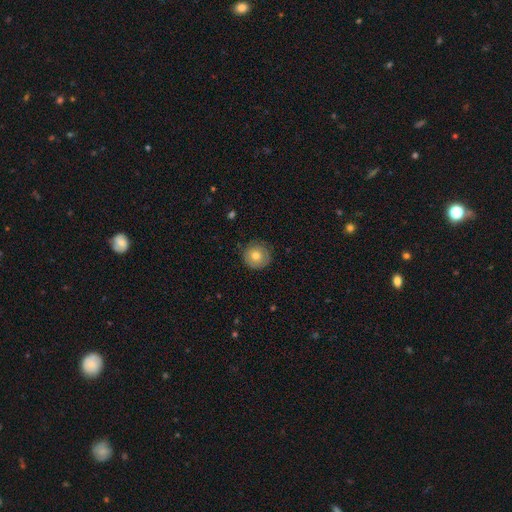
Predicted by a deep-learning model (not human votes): This is likely a smooth galaxy (71%). How rounded: clearly round (95%). Merging: clearly none (84%).